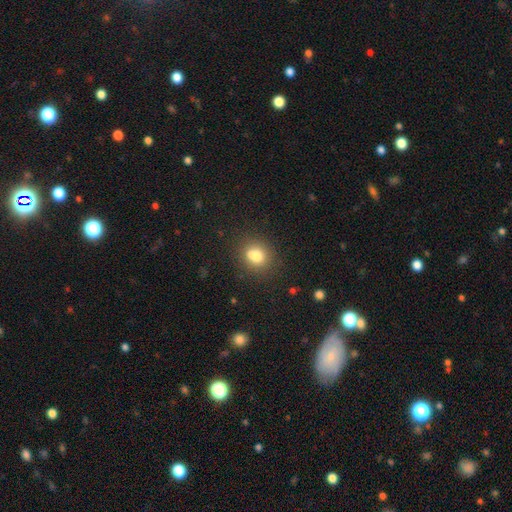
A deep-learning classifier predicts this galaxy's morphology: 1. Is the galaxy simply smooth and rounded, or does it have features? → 73% smooth, 15% featured or disk, 12% star or artifact.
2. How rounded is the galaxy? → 71% round, 28% in between, 1% cigar-shaped.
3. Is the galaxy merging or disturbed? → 55% none, 27% merger, 13% minor disturbance, 4% major disturbance.